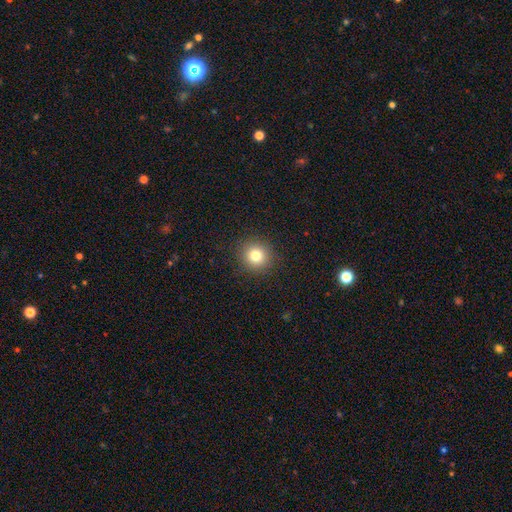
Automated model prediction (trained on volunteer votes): The model was most divided on "smooth or featured": smooth: 80%, star or artifact: 13%, featured or disk: 7%. More confident: merging — none (91%); how rounded — round (90%).